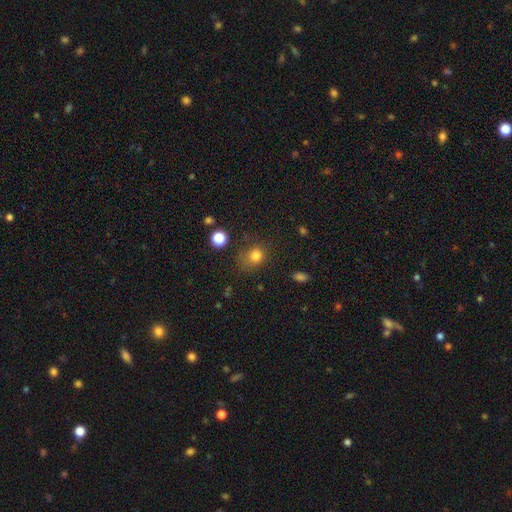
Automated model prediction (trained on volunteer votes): A smooth galaxy with no disk features (79%) that is round (65%).

Vote fractions:
- Smooth or featured? smooth: 79% / star or artifact: 14% / featured or disk: 7%
- How rounded? round: 65% / in between: 34% / cigar-shaped: 1%
- Merging? none: 58% / minor disturbance: 25% / major disturbance: 13% / merger: 4%